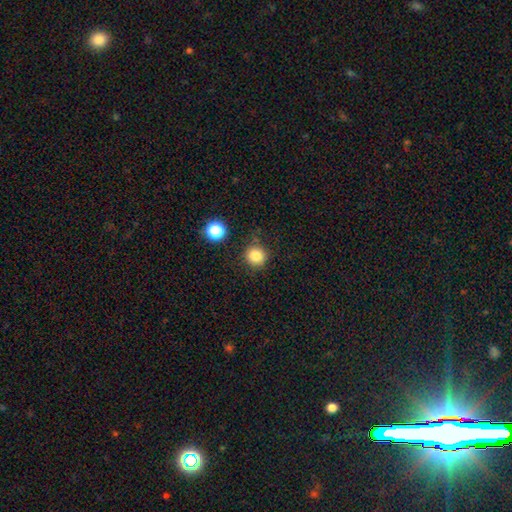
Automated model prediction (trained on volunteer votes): Morphology: type=smooth (83%); roundness=round (92%); merging=none (83%).